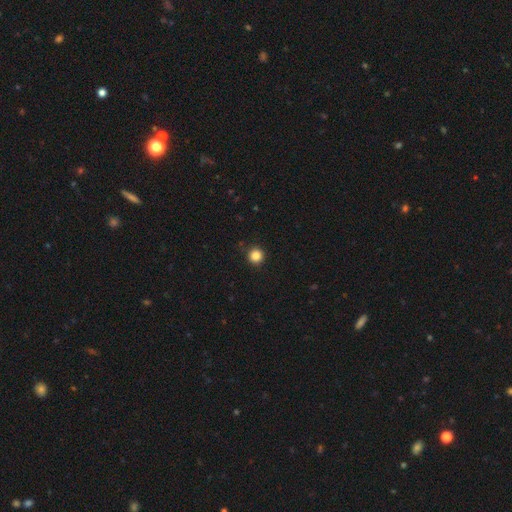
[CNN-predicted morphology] The model was most divided on "smooth or featured": smooth: 85%, star or artifact: 11%, featured or disk: 3%. More confident: how rounded — round (96%); merging — none (91%).